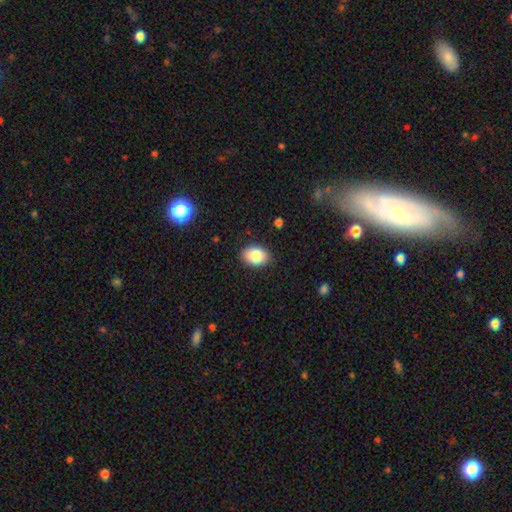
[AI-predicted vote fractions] smooth 85%, star or artifact 8%, featured or disk 7%. Down the decision tree: how rounded — in between (73%); merging — none (87%).